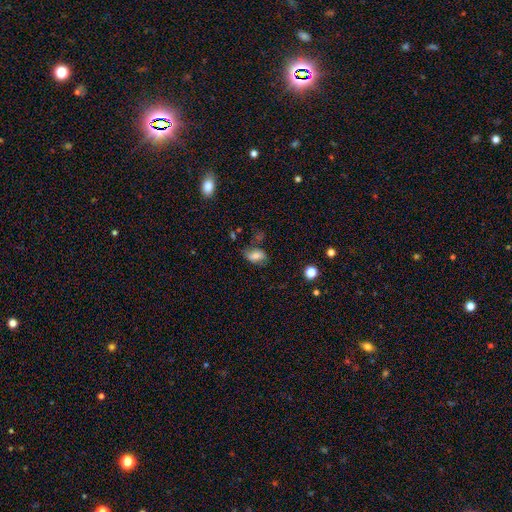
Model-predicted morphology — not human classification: A smooth galaxy with no disk features (69%) that is in between round and cigar-shaped (87%). Merging: none (56%).